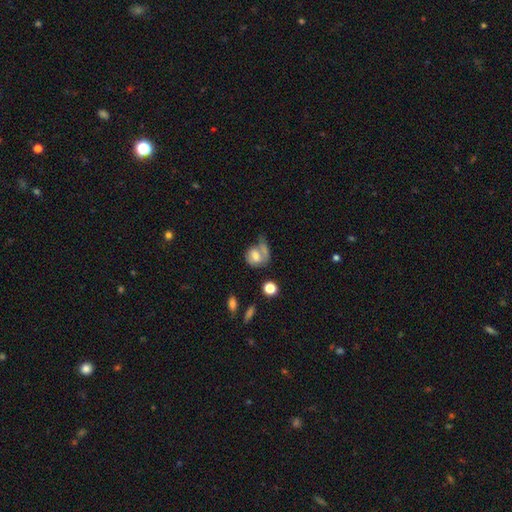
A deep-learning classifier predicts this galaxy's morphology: Smooth or featured?
  - smooth: 57% *
  - featured or disk: 35%
  - star or artifact: 9%
How rounded?
  - round: 54% *
  - in between: 45%
  - cigar-shaped: 2%
Merging?
  - none: 32% *
  - merger: 27%
  - major disturbance: 23%
  - minor disturbance: 18%